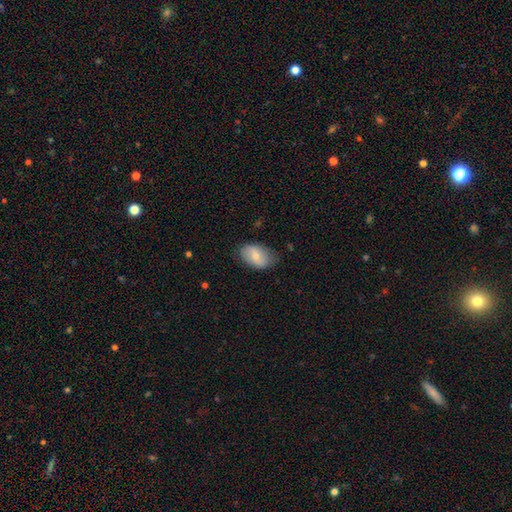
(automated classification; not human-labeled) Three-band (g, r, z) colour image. It shows a smooth galaxy with no disk features (67%) that is in between round and cigar-shaped (90%). Merging: none (73%).